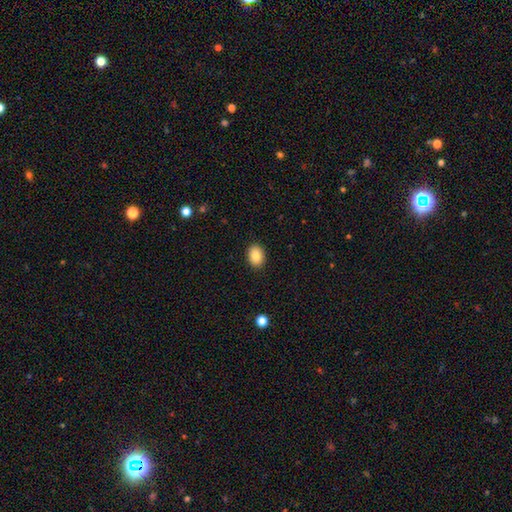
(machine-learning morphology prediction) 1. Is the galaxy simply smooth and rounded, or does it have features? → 88% smooth, 8% star or artifact, 5% featured or disk.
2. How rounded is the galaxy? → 78% in between, 21% round, 1% cigar-shaped.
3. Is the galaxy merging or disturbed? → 90% none, 7% minor disturbance, 2% major disturbance, 1% merger.